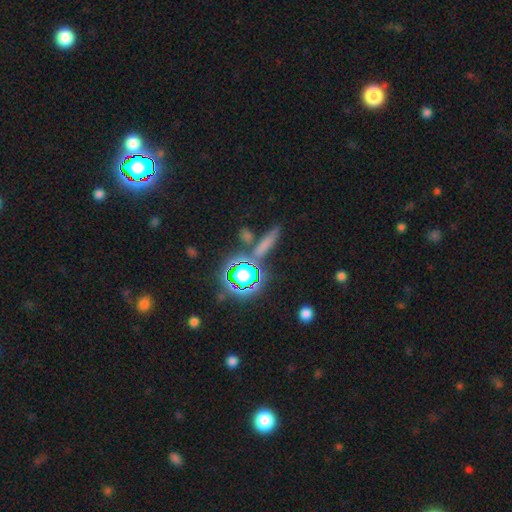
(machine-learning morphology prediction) Smooth or featured: star or artifact — 79% (smooth — 13%)